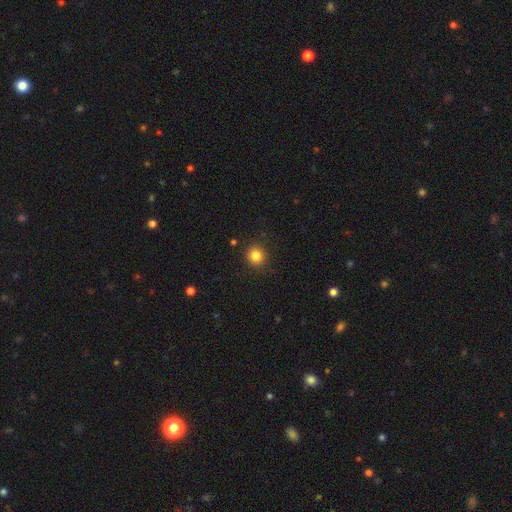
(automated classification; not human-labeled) Smooth or featured: smooth — 84% (star or artifact — 12%)
How rounded: round — 91% (in between — 9%)
Merging: none — 90% (minor disturbance — 7%)